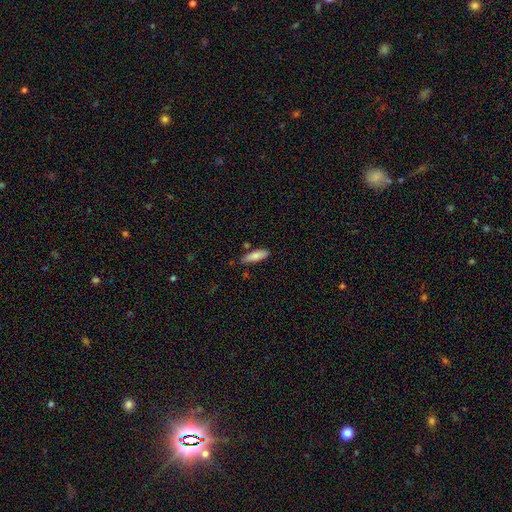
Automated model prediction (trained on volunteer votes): This appears to be a smooth galaxy with no disk features (80%) that is cigar-shaped (54%). Merging: none (78%).